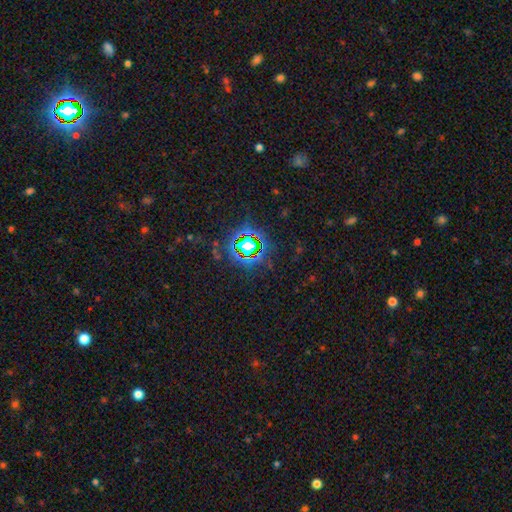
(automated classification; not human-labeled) smooth_or_featured: star or artifact (p=0.80) [alt: smooth p=0.12]